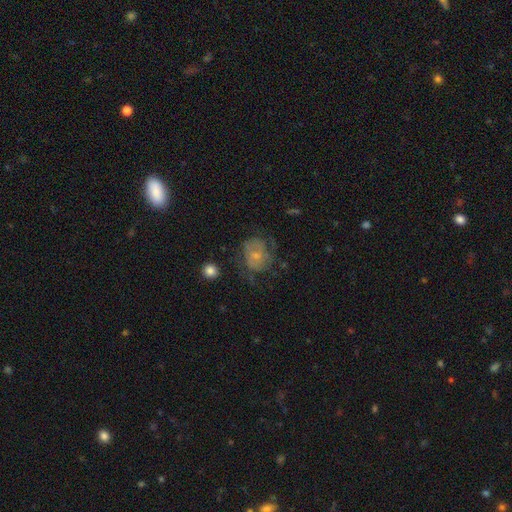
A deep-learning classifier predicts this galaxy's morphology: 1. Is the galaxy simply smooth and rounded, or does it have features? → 52% featured or disk, 38% smooth, 10% star or artifact.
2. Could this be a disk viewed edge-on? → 97% no, 3% yes.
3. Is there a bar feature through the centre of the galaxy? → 72% no, 24% weak, 4% strong.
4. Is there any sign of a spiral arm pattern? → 64% yes, 36% no.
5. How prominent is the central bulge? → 50% small, 34% moderate, 12% none, 3% large, 1% dominant.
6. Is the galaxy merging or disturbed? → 48% none, 26% minor disturbance, 24% major disturbance, 2% merger.